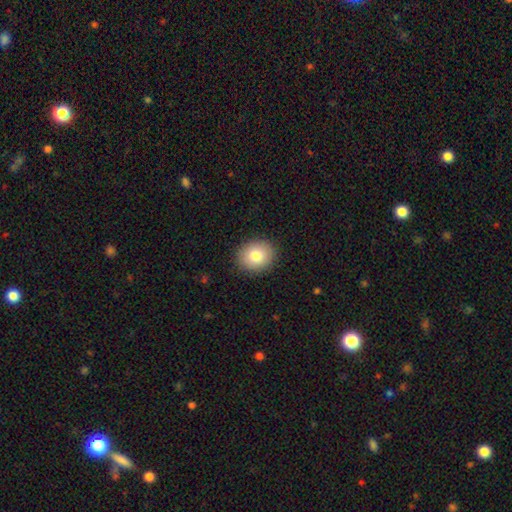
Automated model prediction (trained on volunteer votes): Morphology: type=smooth (81%); roundness=round (66%); merging=none (90%).